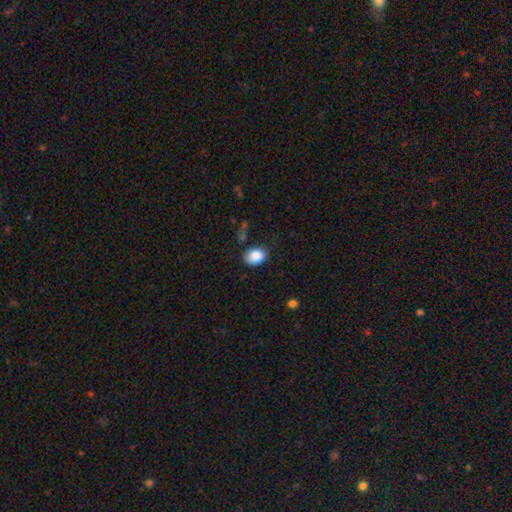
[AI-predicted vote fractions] This appears to be a smooth galaxy with no disk features (87%) that is in between round and cigar-shaped (75%). Merging: none (75%).